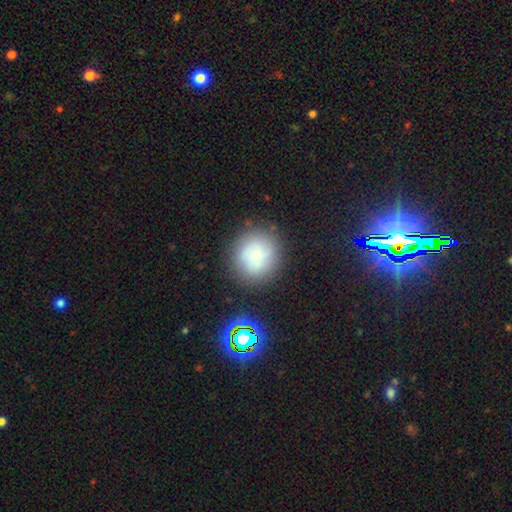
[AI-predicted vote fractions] A smooth galaxy with no disk features (68%) that is round (90%).

Vote fractions:
- Smooth or featured? smooth: 68% / featured or disk: 20% / star or artifact: 12%
- How rounded? round: 90% / in between: 9% / cigar-shaped: 1%
- Merging? none: 77% / minor disturbance: 13% / major disturbance: 5% / merger: 4%